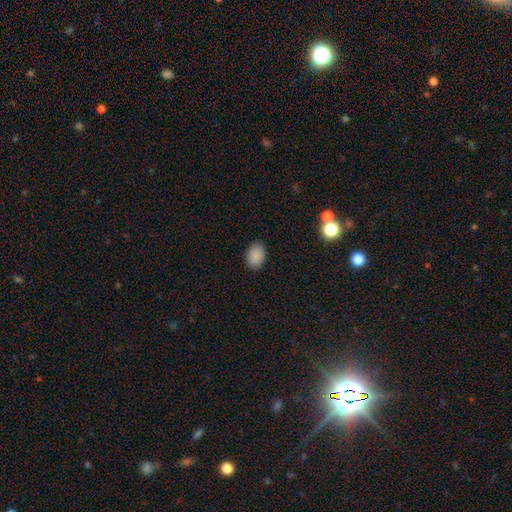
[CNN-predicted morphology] This appears to be a smooth galaxy with no disk features (88%) that is in between round and cigar-shaped (79%). Merging: none (88%).